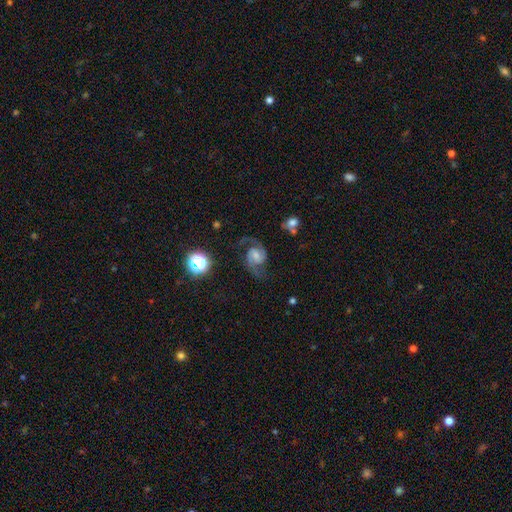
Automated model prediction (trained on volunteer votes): smooth_or_featured: featured or disk (p=0.88) [alt: star or artifact p=0.07]
disk_edge_on: no (p=0.98) [alt: yes p=0.02]
bar: no (p=0.50) [alt: weak p=0.40]
has_spiral_arms: yes (p=0.98) [alt: no p=0.02]
spiral_winding: medium (p=0.58) [alt: loose p=0.27]
spiral_arm_count: 2 (p=0.94) [alt: can't tell p=0.02]
bulge_size: moderate (p=0.41) [alt: small p=0.39]
merging: none (p=0.74) [alt: minor disturbance p=0.15]